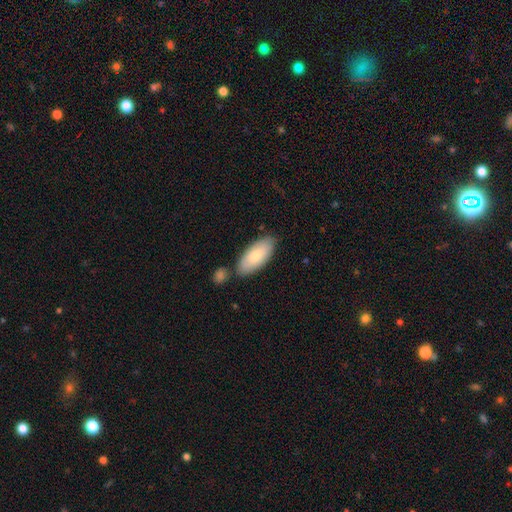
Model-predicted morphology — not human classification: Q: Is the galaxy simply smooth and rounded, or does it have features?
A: smooth — 77%.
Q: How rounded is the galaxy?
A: in between — 88%.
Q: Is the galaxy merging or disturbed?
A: none — 73%.